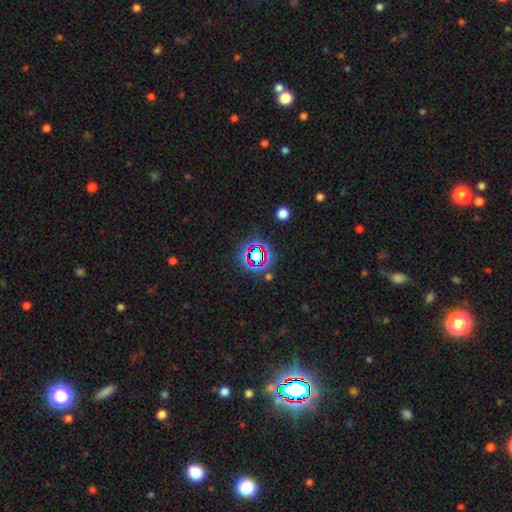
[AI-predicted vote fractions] star or artifact 69%, smooth 20%, featured or disk 11%.